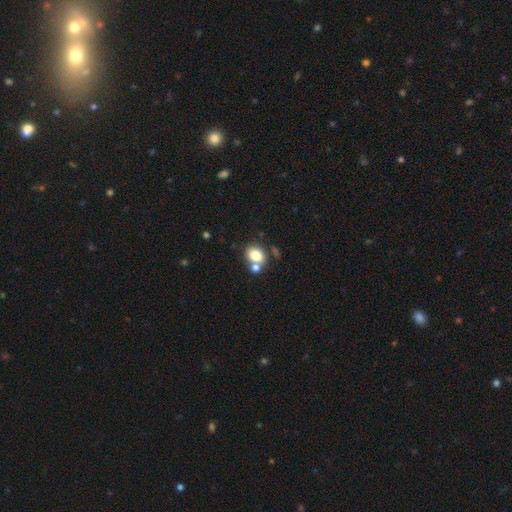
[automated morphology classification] smooth_or_featured: smooth (p=0.79) [alt: featured or disk p=0.11]
how_rounded: round (p=0.53) [alt: in between p=0.46]
merging: none (p=0.55) [alt: merger p=0.30]